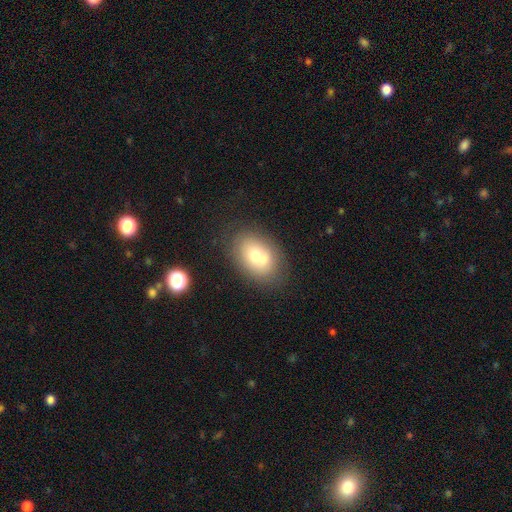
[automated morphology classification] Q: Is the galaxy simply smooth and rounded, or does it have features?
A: smooth — 64%.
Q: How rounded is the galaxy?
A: in between — 77%.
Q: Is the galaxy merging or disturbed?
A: none — 57%.